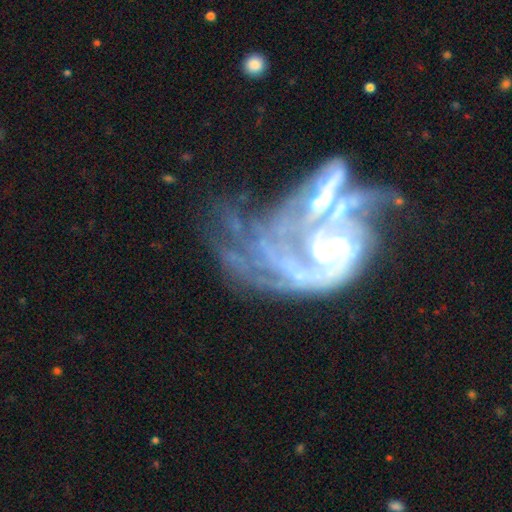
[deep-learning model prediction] The model was most divided on "spiral winding" (2-way tie): tight: 38%, medium: 38%, loose: 24%. Remaining: edge-on disk — no (97%); spiral arms — yes (85%); smooth or featured — featured or disk (84%); bar — no (55%); merging — merger (52%); bulge size — moderate (39%); spiral arm count — can't tell (35%).